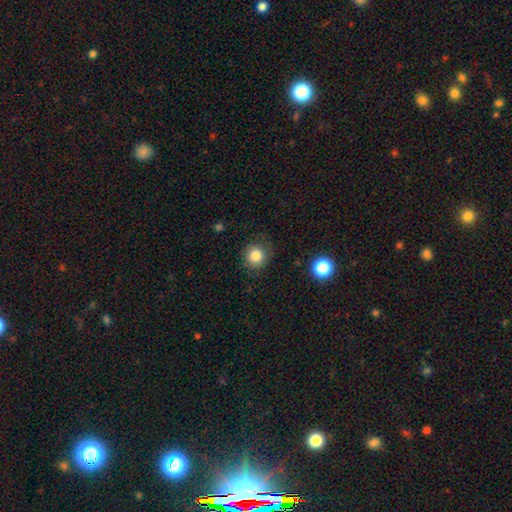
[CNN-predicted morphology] This appears to be a smooth galaxy with no disk features (82%) that is round (89%). Merging: none (81%).